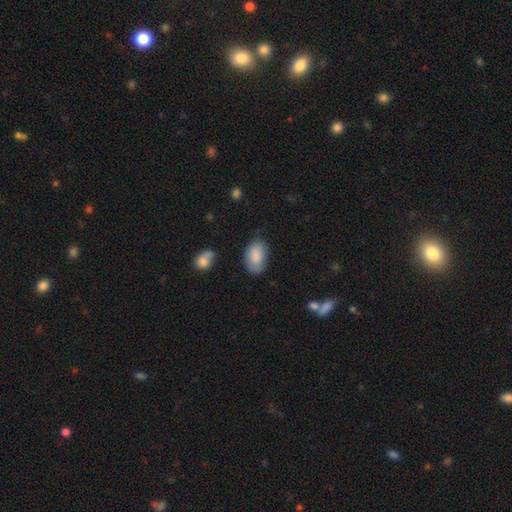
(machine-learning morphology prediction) type=smooth (86%); roundness=in between (91%); merging=none (68%).